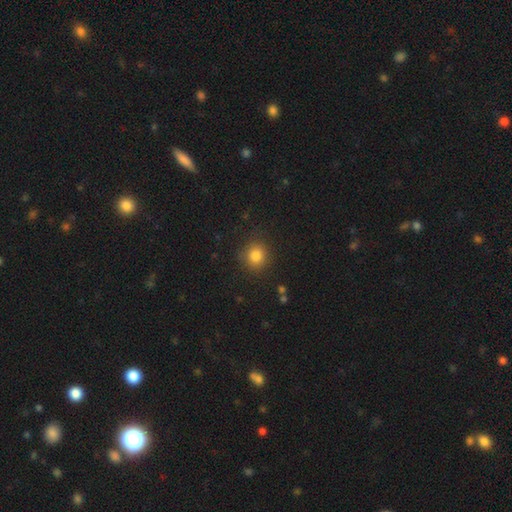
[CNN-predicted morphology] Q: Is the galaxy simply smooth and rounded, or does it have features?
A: smooth — 83%.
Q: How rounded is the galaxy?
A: round — 86%.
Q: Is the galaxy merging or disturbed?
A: none — 86%.